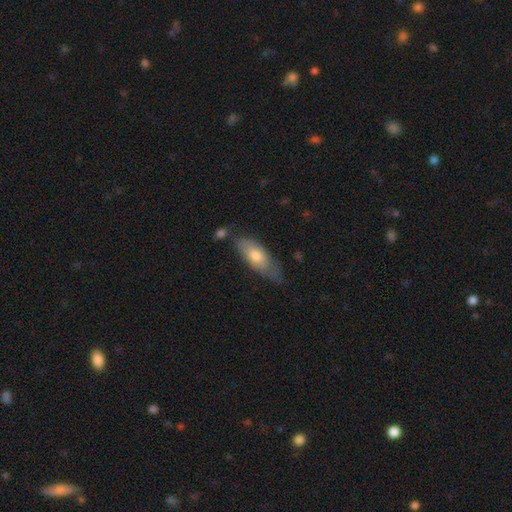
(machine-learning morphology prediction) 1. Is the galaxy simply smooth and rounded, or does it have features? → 68% smooth, 27% featured or disk, 6% star or artifact.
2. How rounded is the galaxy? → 76% in between, 21% cigar-shaped, 3% round.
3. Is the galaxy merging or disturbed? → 52% none, 33% minor disturbance, 9% major disturbance, 6% merger.